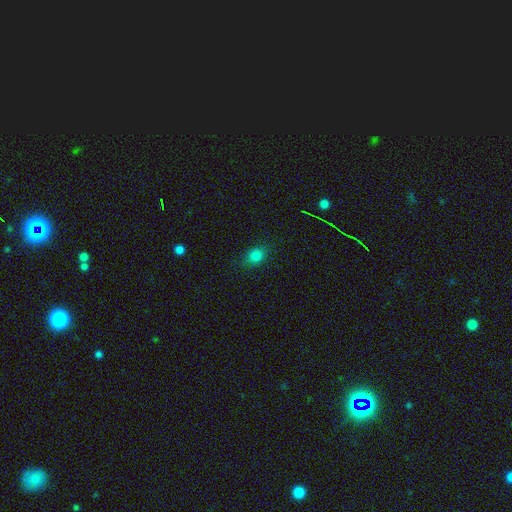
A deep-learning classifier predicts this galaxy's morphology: smooth 80%, star or artifact 14%, featured or disk 6%. Down the decision tree: how rounded — in between (52%); merging — none (85%).